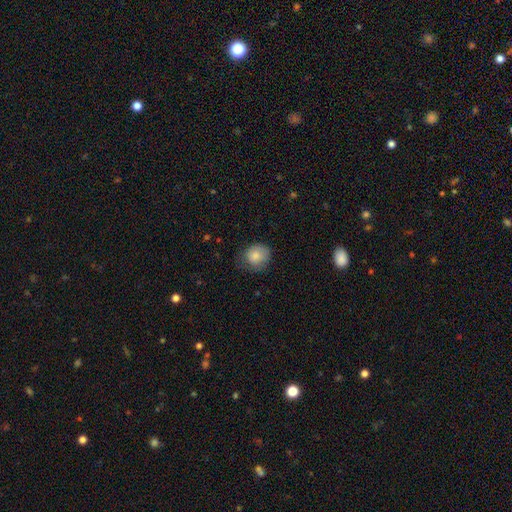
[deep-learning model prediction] Smooth or featured: smooth — 83% (featured or disk — 9%)
How rounded: round — 74% (in between — 25%)
Merging: none — 63% (minor disturbance — 27%)